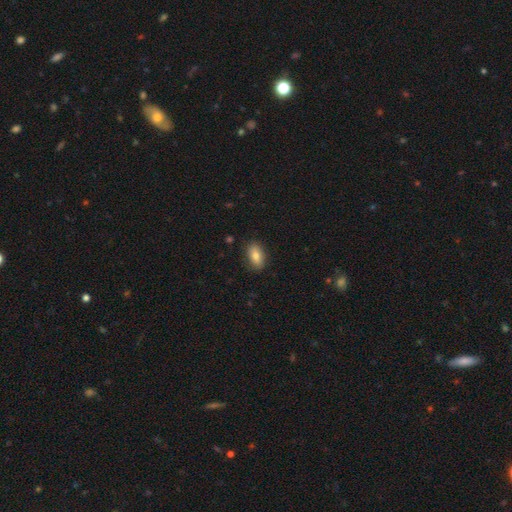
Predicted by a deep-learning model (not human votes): This is clearly a smooth galaxy (80%). How rounded: clearly in between (90%). Merging: clearly none (87%).